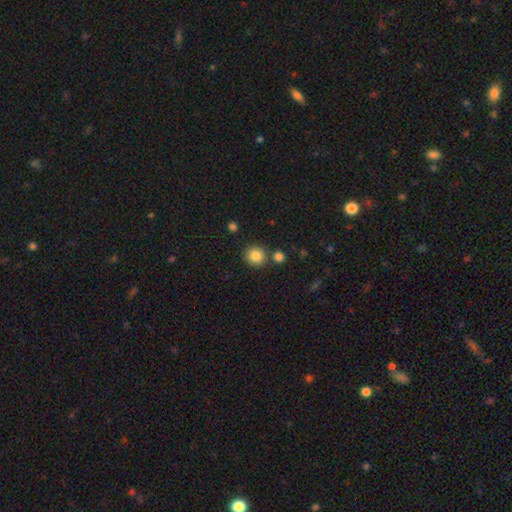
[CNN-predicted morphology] type=smooth (85%); roundness=round (89%); merging=none (77%).